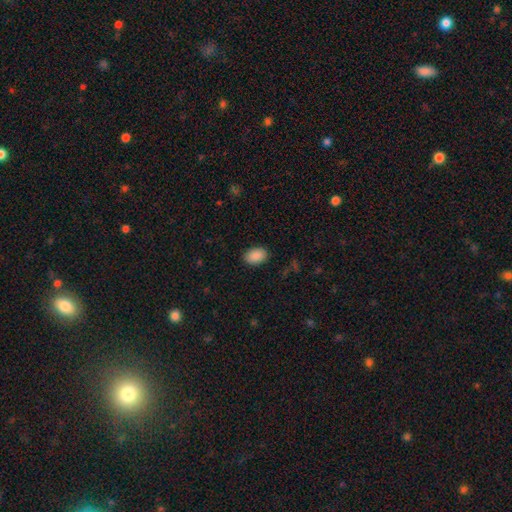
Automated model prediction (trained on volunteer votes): Overall: smooth (90%). How rounded: in between (84%). Merging: none (88%).